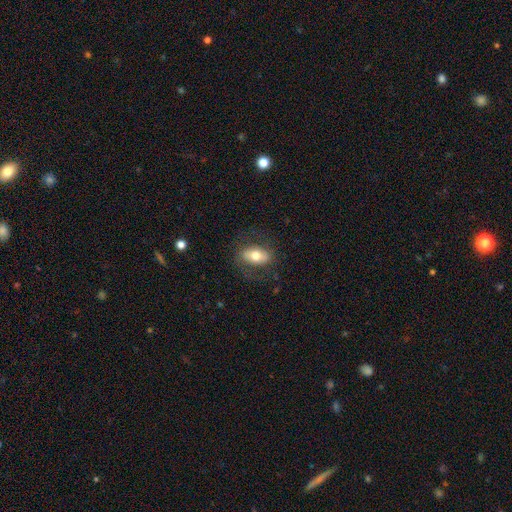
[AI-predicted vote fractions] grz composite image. It shows a smooth galaxy with no disk features (65%) that is in between round and cigar-shaped (88%). Merging: none (75%).